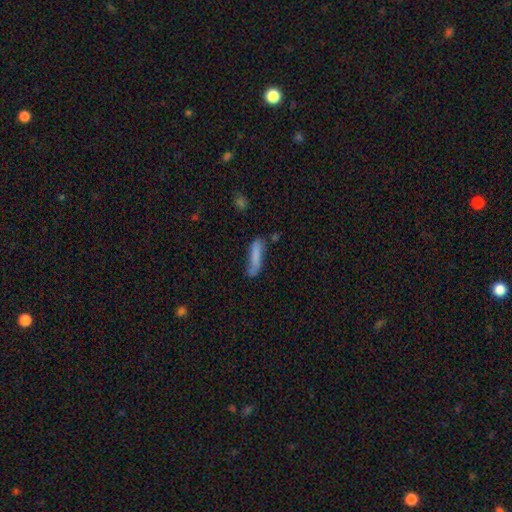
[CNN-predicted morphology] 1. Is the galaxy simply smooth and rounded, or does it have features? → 75% smooth, 18% featured or disk, 7% star or artifact.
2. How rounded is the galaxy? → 78% cigar-shaped, 21% in between, 2% round.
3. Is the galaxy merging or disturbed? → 55% none, 27% minor disturbance, 10% major disturbance, 8% merger.